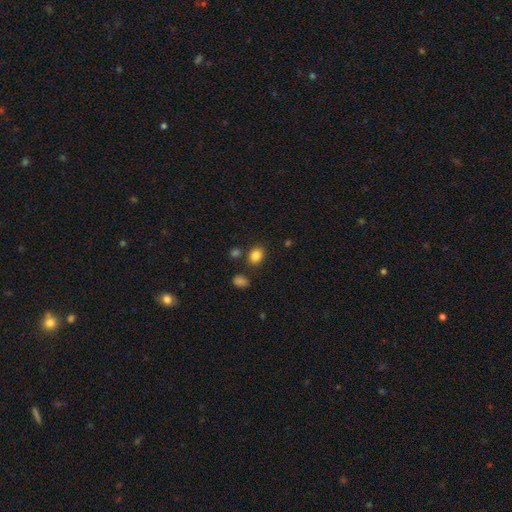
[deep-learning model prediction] Smooth or featured? smooth (84%)
How rounded? round (55%)
Merging? none (81%)